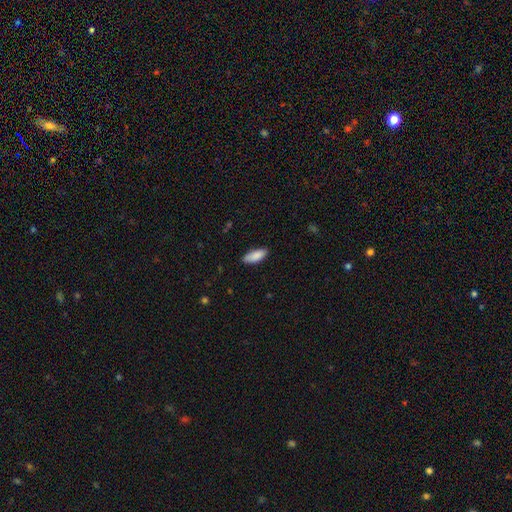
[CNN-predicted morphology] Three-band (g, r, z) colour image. It shows a smooth galaxy with no disk features (89%) that is in between round and cigar-shaped (79%). Merging: none (82%).